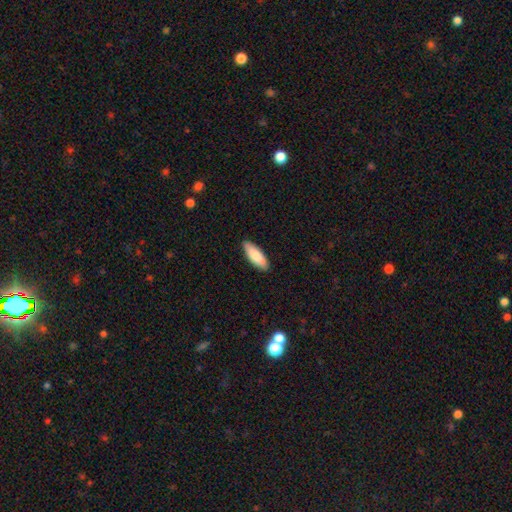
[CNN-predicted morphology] This is clearly a smooth galaxy (85%). How rounded: likely in between (64%). Merging: clearly none (88%).